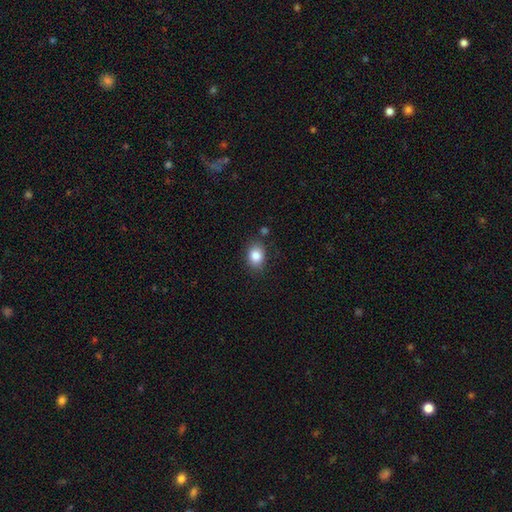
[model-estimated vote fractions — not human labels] Smooth or featured? Predicted: smooth (p=0.85). How rounded? Predicted: in between (p=0.62). Merging? Predicted: none (p=0.80).